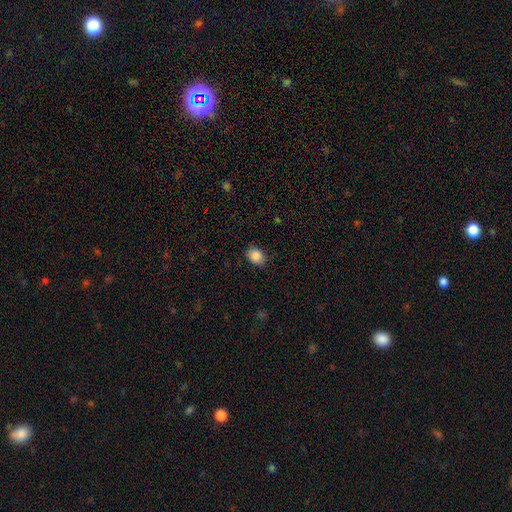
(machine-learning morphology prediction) smooth-or-featured: smooth: 88% | star or artifact: 9% | featured or disk: 4%
  how-rounded: in between: 59% | round: 40% | cigar-shaped: 1%
  merging: none: 85% | minor disturbance: 11% | major disturbance: 3% | merger: 1%